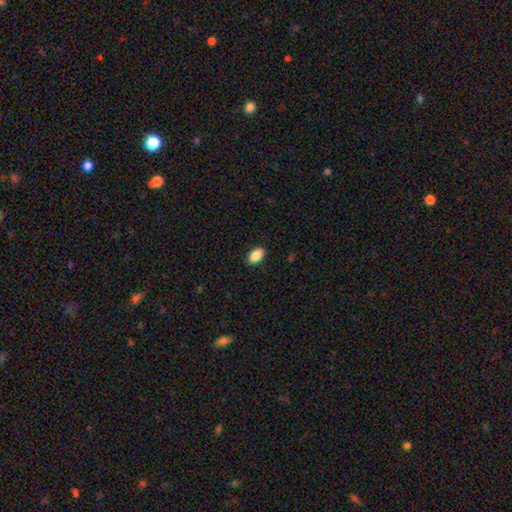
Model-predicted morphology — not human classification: Smooth or featured: smooth — 89% (star or artifact — 7%)
How rounded: in between — 92% (round — 6%)
Merging: none — 90% (minor disturbance — 8%)